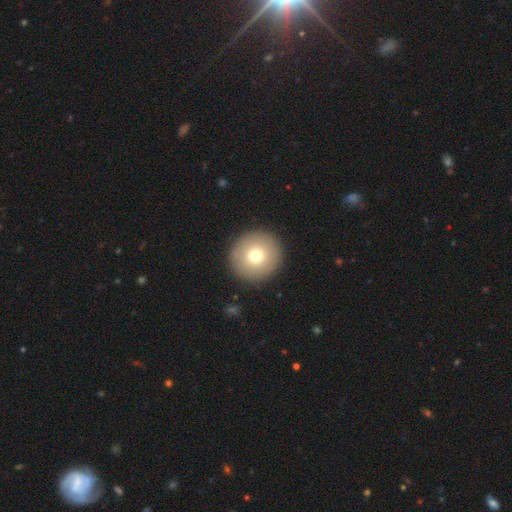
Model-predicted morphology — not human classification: type=smooth (74%); roundness=round (96%); merging=none (92%).